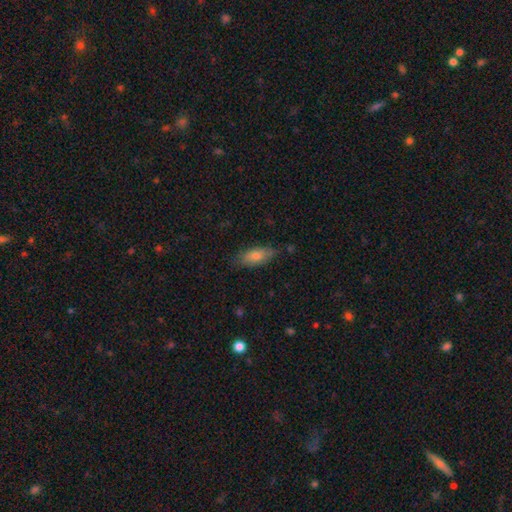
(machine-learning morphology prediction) The model was most divided on "how rounded": in between: 76%, cigar-shaped: 21%, round: 3%. More confident: merging — none (76%); smooth or featured — smooth (74%).